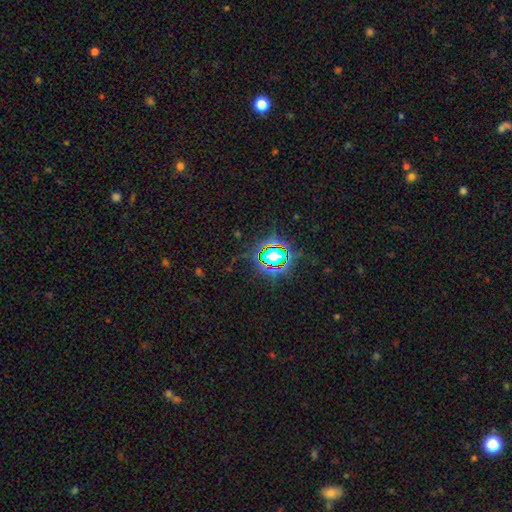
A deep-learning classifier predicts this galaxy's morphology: A star or artifact, not a galaxy (80%).